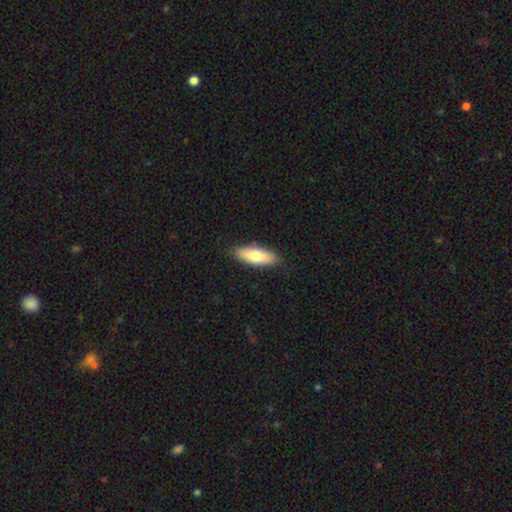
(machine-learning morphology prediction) This is likely a smooth galaxy (72%). How rounded: likely in between (64%). Merging: clearly none (88%).